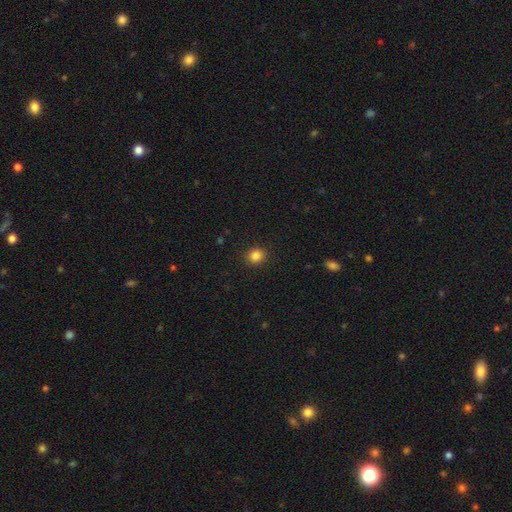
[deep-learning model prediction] smooth_or_featured: smooth (p=0.84) [alt: star or artifact p=0.11]
how_rounded: round (p=0.82) [alt: in between p=0.17]
merging: none (p=0.91) [alt: minor disturbance p=0.06]